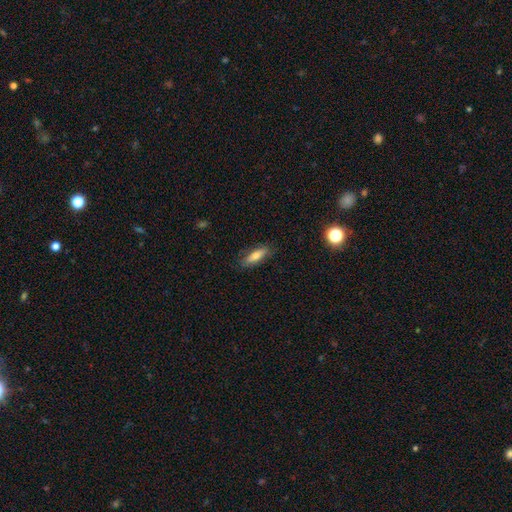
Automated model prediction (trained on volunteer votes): This appears to be a smooth galaxy with no disk features (71%) that is in between round and cigar-shaped (52%). Merging: none (81%).